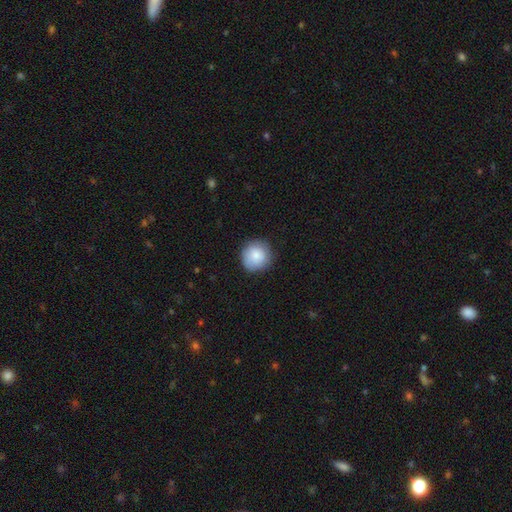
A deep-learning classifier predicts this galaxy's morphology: The model was most divided on "merging": none: 85%, minor disturbance: 11%, major disturbance: 2%, merger: 1%. More confident: how rounded — round (93%); smooth or featured — smooth (84%).